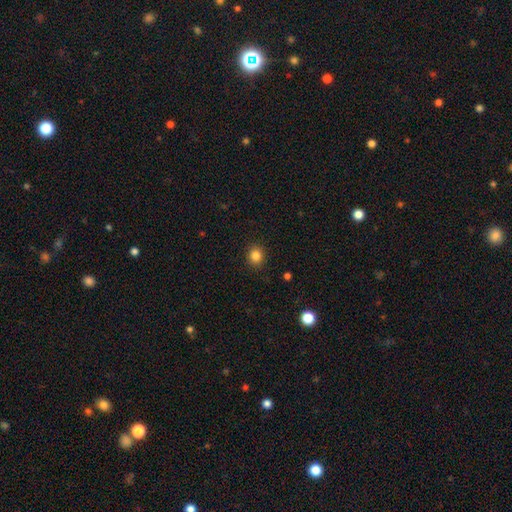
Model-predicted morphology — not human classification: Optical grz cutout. It shows a smooth galaxy with no disk features (84%) that is round (79%). Merging: none (91%).